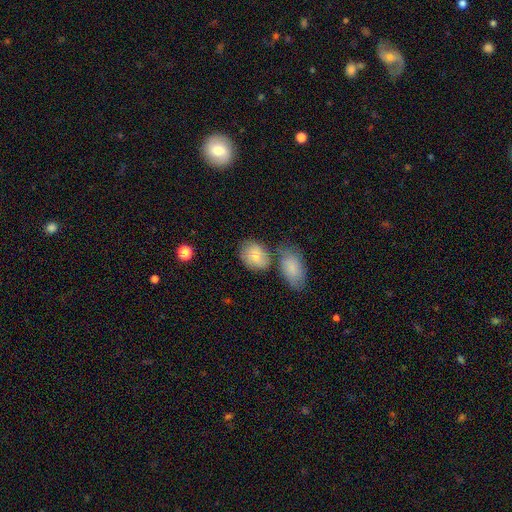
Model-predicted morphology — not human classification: Smooth or featured? Predicted: smooth (p=0.73). How rounded? Predicted: in between (p=0.64). Merging? Predicted: none (p=0.50).